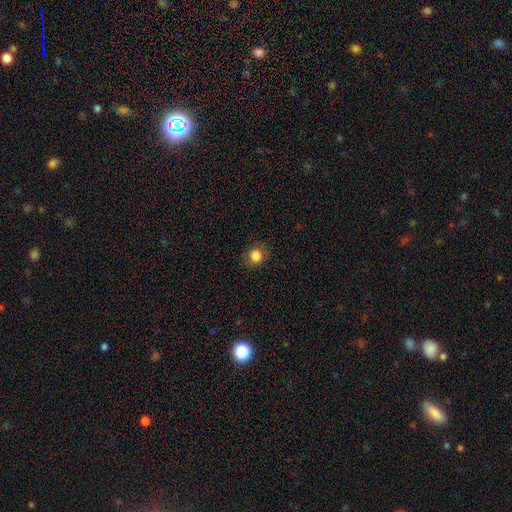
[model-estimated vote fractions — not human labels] Morphology: type=smooth (84%); roundness=round (83%); merging=none (85%).